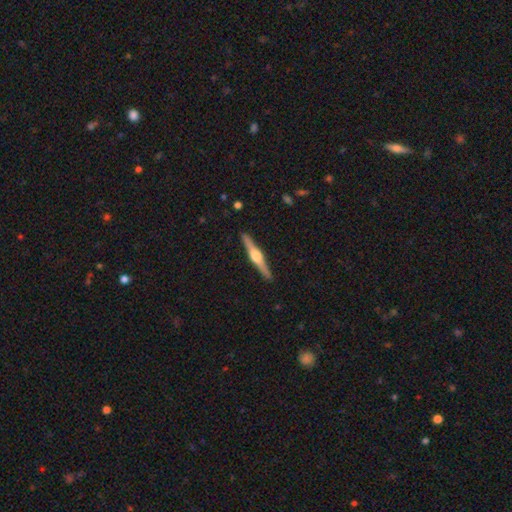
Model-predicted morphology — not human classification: Smooth or featured?
  - featured or disk: 76% *
  - smooth: 19%
  - star or artifact: 5%
Edge-on disk?
  - yes: 98% *
  - no: 2%
Edge-on bulge?
  - rounded: 92% *
  - boxy: 6%
  - none: 3%
Merging?
  - none: 92% *
  - minor disturbance: 6%
  - major disturbance: 1%
  - merger: 1%